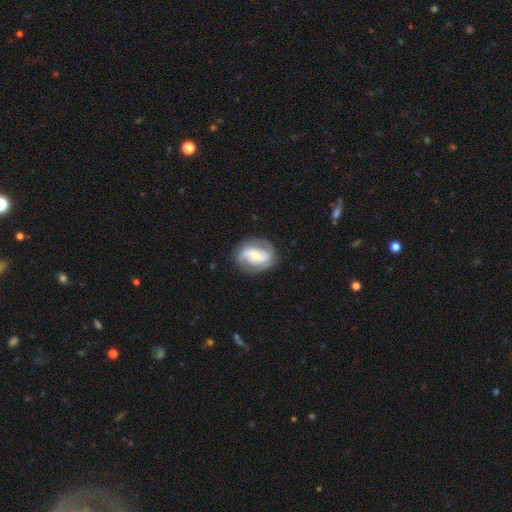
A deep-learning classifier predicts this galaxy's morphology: A featured or disk galaxy (80%) with a weak bar (40%), 2 (80%) medium (45%) spiral arms (94%) and a moderate central bulge (55%).

Vote fractions:
- Smooth or featured? featured or disk: 80% / smooth: 14% / star or artifact: 5%
- Edge-on disk? no: 97% / yes: 3%
- Bar? weak: 40% / no: 30% / strong: 30%
- Spiral arms? yes: 94% / no: 6%
- Spiral winding? medium: 45% / tight: 32% / loose: 23%
- Spiral arm count? 2: 80% / can't tell: 7% / 3: 7% / 1: 2% / 4: 2% / more than 4: 2%
- Bulge size? moderate: 55% / small: 37% / large: 5% / none: 1% / dominant: 1%
- Merging? none: 81% / minor disturbance: 13% / major disturbance: 5% / merger: 1%